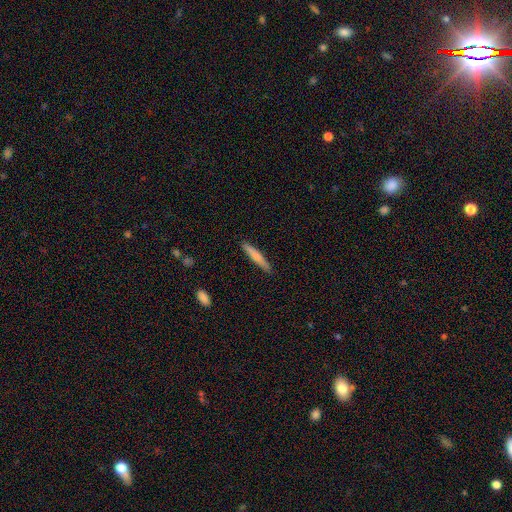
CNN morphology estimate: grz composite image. It shows a smooth galaxy with no disk features (71%) that is cigar-shaped (94%). Merging: none (89%).